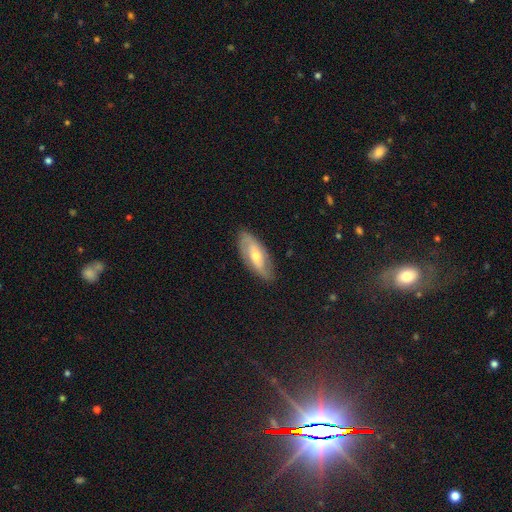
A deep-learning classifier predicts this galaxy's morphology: This appears to be a featured or disk galaxy (59%). Merging: none (83%).